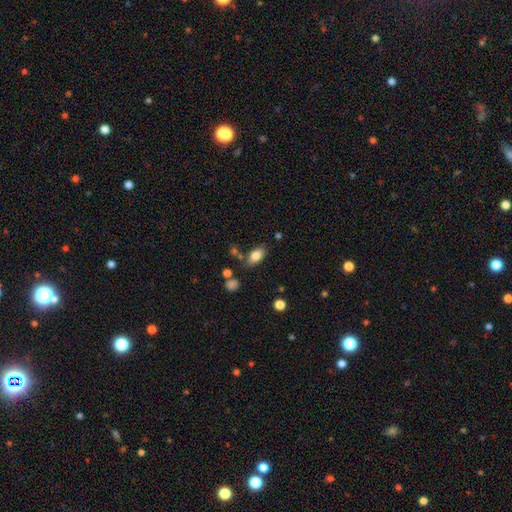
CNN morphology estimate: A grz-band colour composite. It shows a smooth galaxy with no disk features (81%) that is in between round and cigar-shaped (89%). Merging: none (77%).